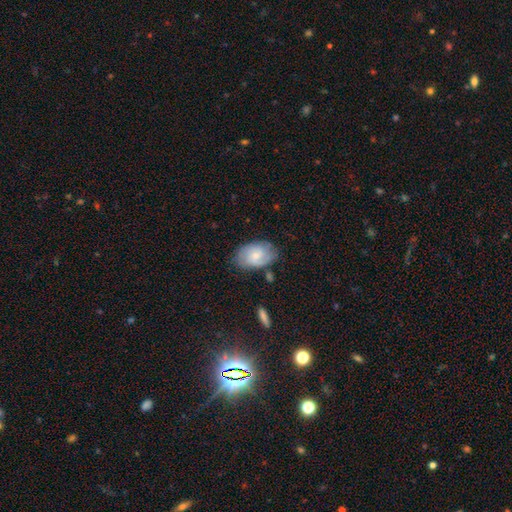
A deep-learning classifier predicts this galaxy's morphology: smooth 48%, featured or disk 45%, star or artifact 7%. Down the decision tree: merging — none (71%).